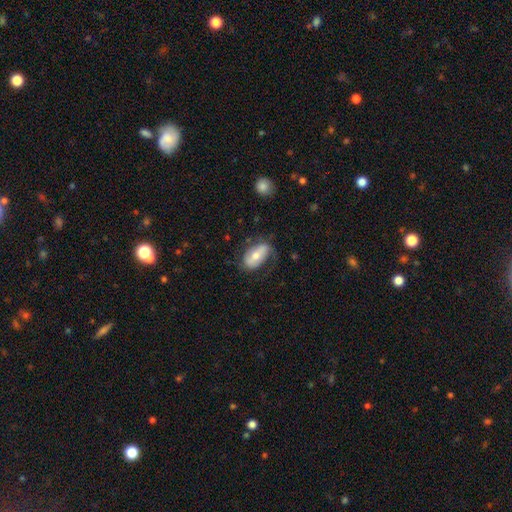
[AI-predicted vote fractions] smooth_or_featured: smooth (p=0.54) [alt: featured or disk p=0.39]
how_rounded: in between (p=0.91) [alt: round p=0.05]
merging: none (p=0.59) [alt: minor disturbance p=0.25]